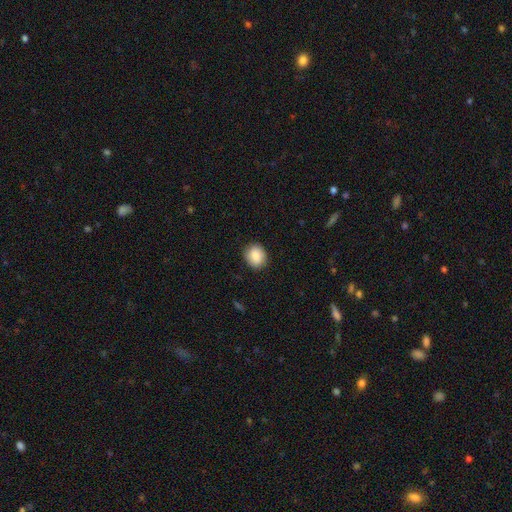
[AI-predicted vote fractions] This is clearly a smooth galaxy (88%). How rounded: likely round (62%). Merging: clearly none (87%).